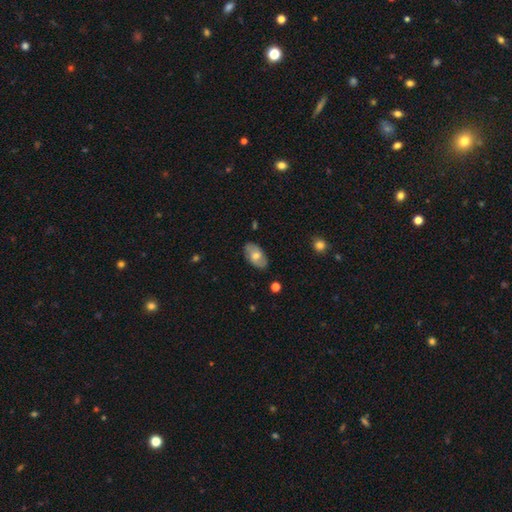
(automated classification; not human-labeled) This is possibly a smooth galaxy (54%). How rounded: clearly in between (92%). Merging: clearly none (83%).